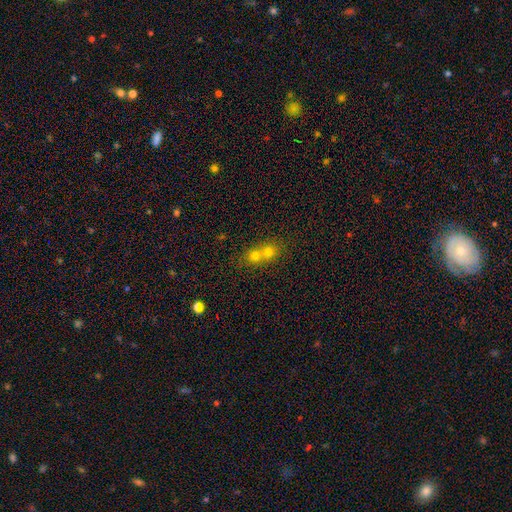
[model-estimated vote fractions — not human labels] smooth_or_featured: smooth (p=0.69) [alt: star or artifact p=0.16]
how_rounded: round (p=0.79) [alt: in between p=0.20]
merging: merger (p=0.66) [alt: none p=0.28]